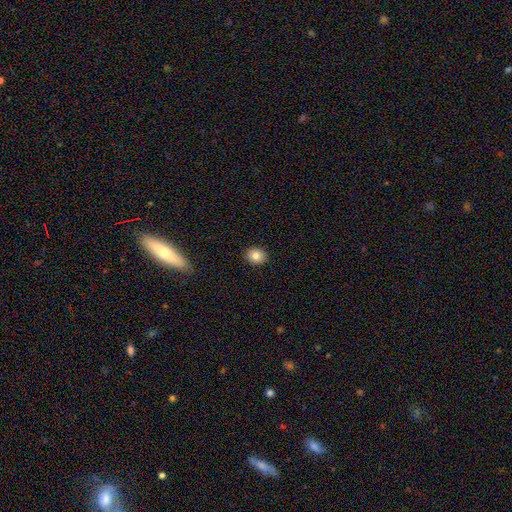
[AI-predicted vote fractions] smooth 83%, star or artifact 9%, featured or disk 8%. Down the decision tree: how rounded — round (59%); merging — none (90%).